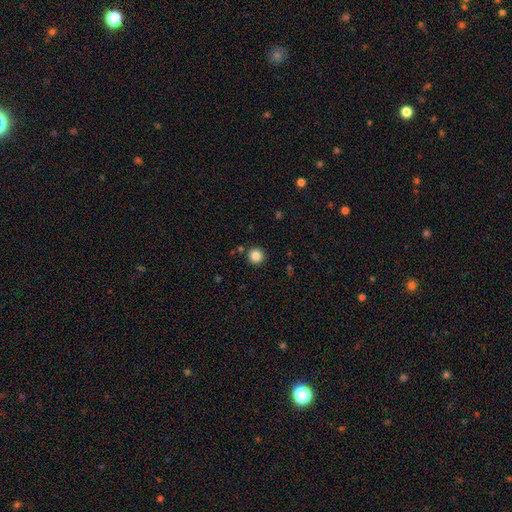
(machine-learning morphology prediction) This is clearly a smooth galaxy (85%). How rounded: clearly round (96%). Merging: clearly none (90%).